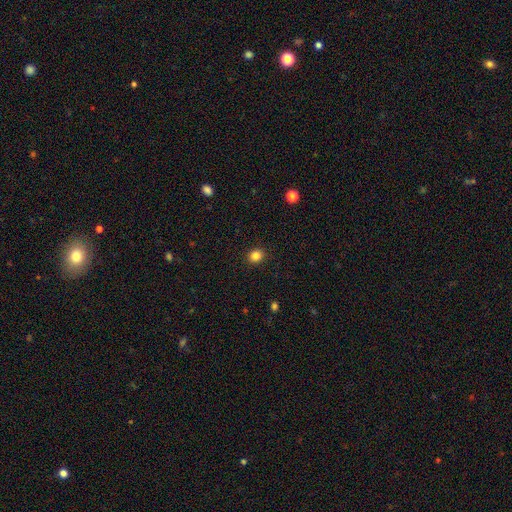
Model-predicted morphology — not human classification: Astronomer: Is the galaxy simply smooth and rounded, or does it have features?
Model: smooth — 84%.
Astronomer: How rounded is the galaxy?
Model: round — 76%.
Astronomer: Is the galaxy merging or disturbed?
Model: none — 91%.